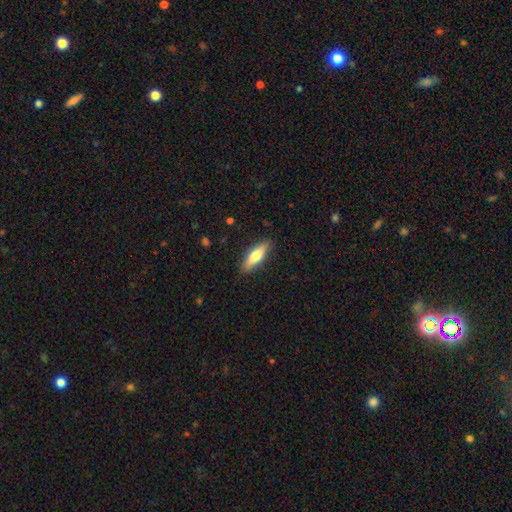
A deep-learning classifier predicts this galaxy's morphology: smooth_or_featured: smooth (p=0.69) [alt: featured or disk p=0.25]
how_rounded: cigar-shaped (p=0.52) [alt: in between p=0.46]
merging: none (p=0.88) [alt: minor disturbance p=0.09]